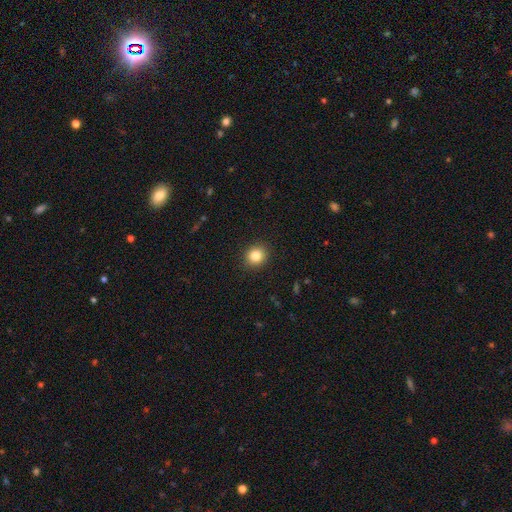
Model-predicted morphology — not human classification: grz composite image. It shows a smooth galaxy with no disk features (83%) that is round (85%). Merging: none (91%).